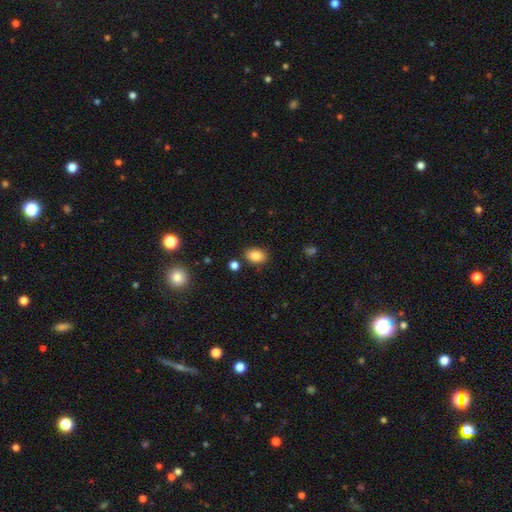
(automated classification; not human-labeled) smooth_or_featured: smooth (p=0.85) [alt: star or artifact p=0.09]
how_rounded: in between (p=0.82) [alt: round p=0.17]
merging: none (p=0.83) [alt: minor disturbance p=0.11]